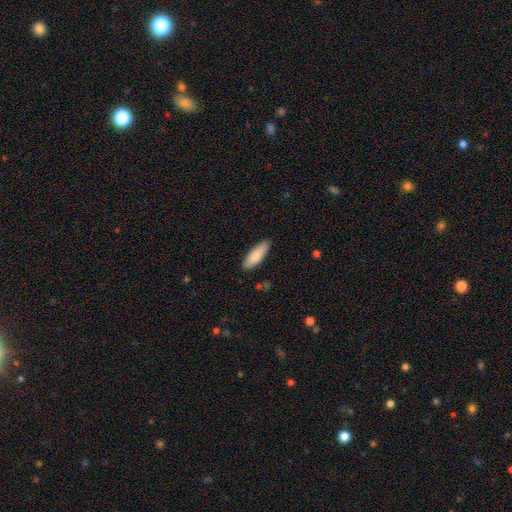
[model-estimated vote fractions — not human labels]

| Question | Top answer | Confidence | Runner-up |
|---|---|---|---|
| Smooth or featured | smooth | 84% | featured or disk (10%) |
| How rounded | in between | 62% | cigar-shaped (37%) |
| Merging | none | 87% | minor disturbance (10%) |